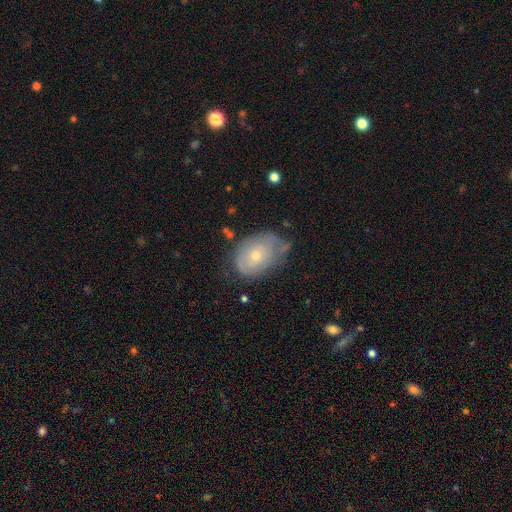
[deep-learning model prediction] Smooth or featured: featured or disk — 47% (smooth — 45%)
Merging: none — 55% (minor disturbance — 32%)